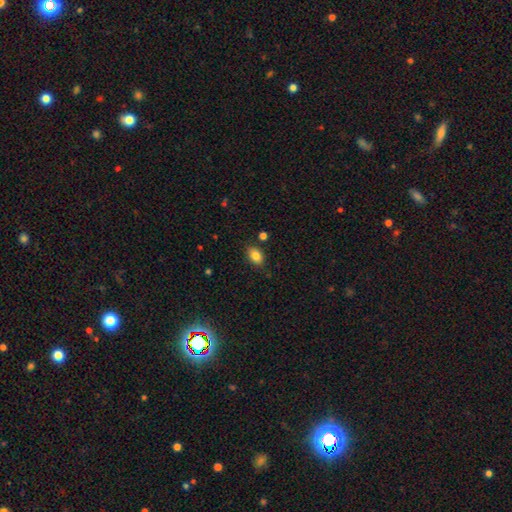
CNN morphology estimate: A smooth galaxy with no disk features (84%) that is in between round and cigar-shaped (83%).

Vote fractions:
- Smooth or featured? smooth: 84% / star or artifact: 9% / featured or disk: 7%
- How rounded? in between: 83% / round: 16% / cigar-shaped: 1%
- Merging? none: 84% / minor disturbance: 11% / merger: 3% / major disturbance: 3%